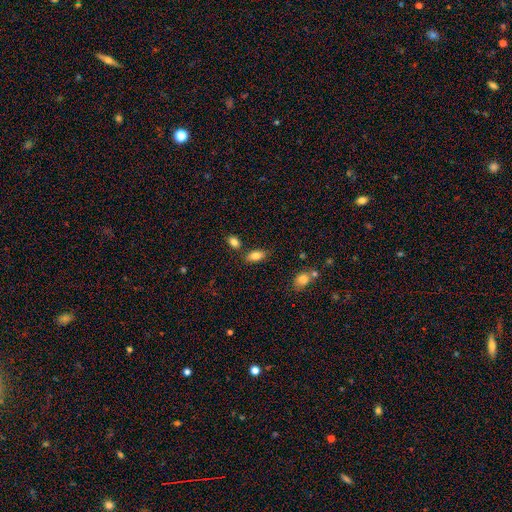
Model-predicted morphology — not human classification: Smooth or featured: smooth — 82% (featured or disk — 10%)
How rounded: in between — 88% (cigar-shaped — 8%)
Merging: none — 77% (minor disturbance — 12%)